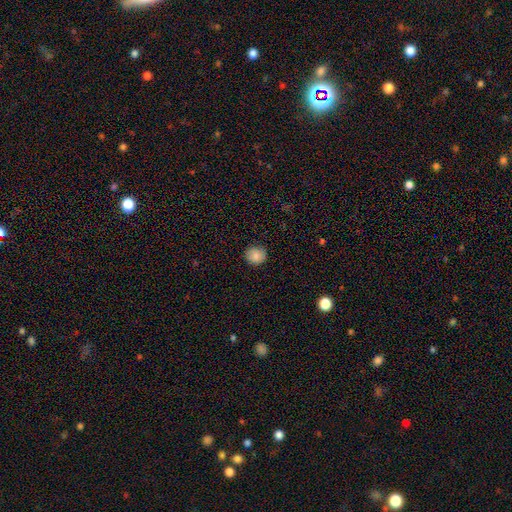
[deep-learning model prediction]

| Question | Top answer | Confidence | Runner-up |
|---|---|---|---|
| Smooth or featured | smooth | 83% | star or artifact (9%) |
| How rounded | round | 85% | in between (14%) |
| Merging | none | 88% | minor disturbance (9%) |